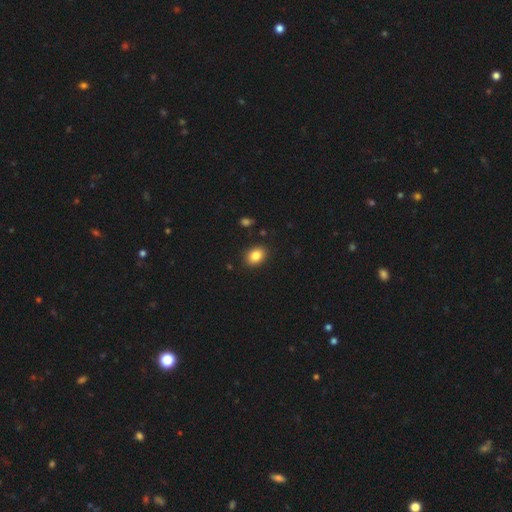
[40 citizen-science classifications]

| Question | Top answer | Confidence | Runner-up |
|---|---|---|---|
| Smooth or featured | smooth | 88% | star or artifact (10%) |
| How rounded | in between | 74% | round (26%) |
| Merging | none | 86% | minor disturbance (6%) |